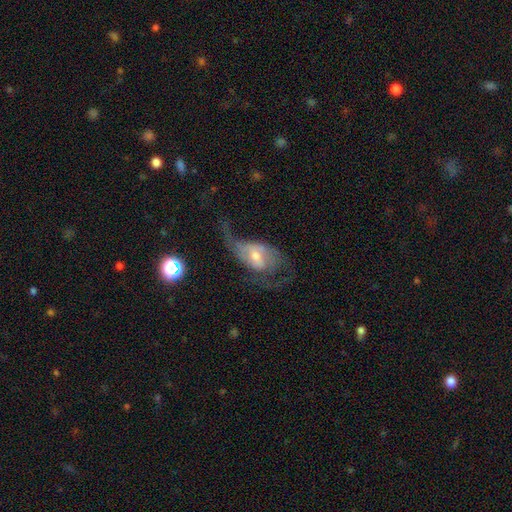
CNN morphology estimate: Overall: featured or disk (73%). Edge-on disk: no (94%). Bar: weak (44%; no 40%). Spiral arms: yes (86%). Spiral arm count: 2 (79%). Spiral winding: loose (64%; medium 28%). Bulge size: moderate (47%; small 44%). Merging: none (40%; major disturbance 38%).